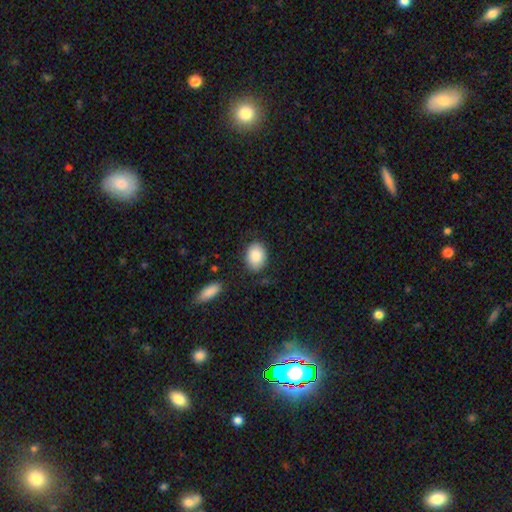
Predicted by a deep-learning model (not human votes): The model was most divided on "how rounded": in between: 71%, round: 28%, cigar-shaped: 1%. More confident: smooth or featured — smooth (88%); merging — none (80%).